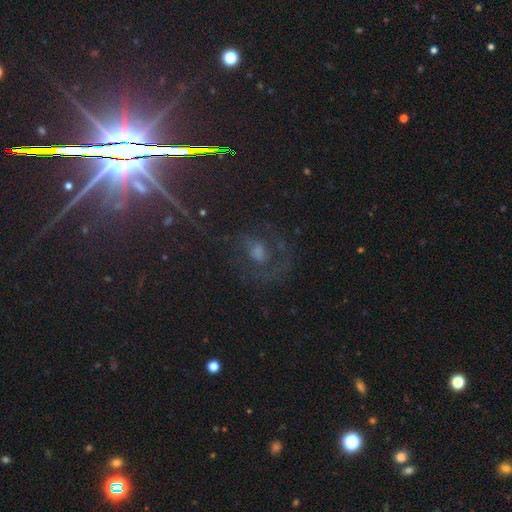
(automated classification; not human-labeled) Q: Smooth or featured?
A: featured or disk (53%); runner-up: star or artifact (31%)
Q: Edge-on disk?
A: no (93%); runner-up: yes (7%)
Q: Merging?
A: none (63%); runner-up: major disturbance (19%)